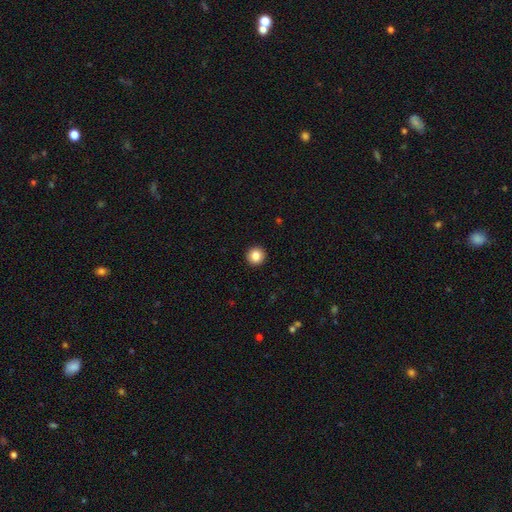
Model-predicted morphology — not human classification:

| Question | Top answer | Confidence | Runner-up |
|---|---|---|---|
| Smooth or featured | smooth | 85% | star or artifact (9%) |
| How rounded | round | 95% | in between (4%) |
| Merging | none | 94% | minor disturbance (4%) |